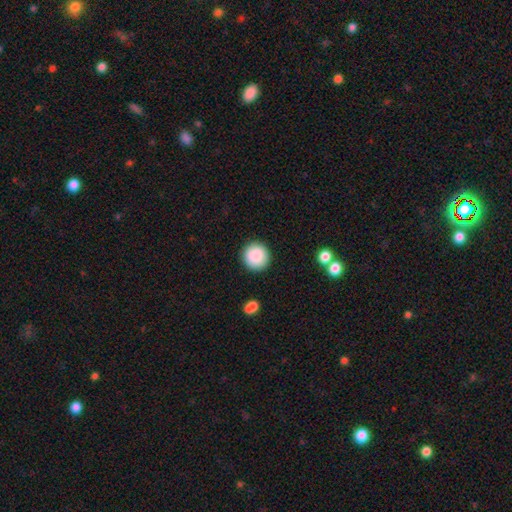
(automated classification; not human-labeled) smooth-or-featured: smooth: 88% | star or artifact: 8% | featured or disk: 4%
  how-rounded: round: 96% | in between: 3% | cigar-shaped: 1%
  merging: none: 91% | minor disturbance: 6% | major disturbance: 2% | merger: 1%